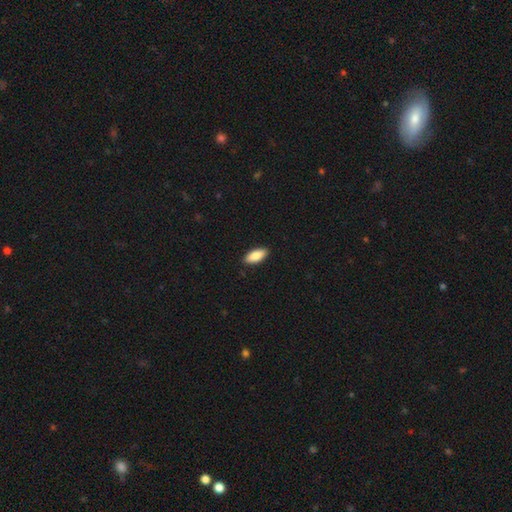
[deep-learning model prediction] Smooth or featured? smooth (86%)
How rounded? in between (86%)
Merging? none (90%)